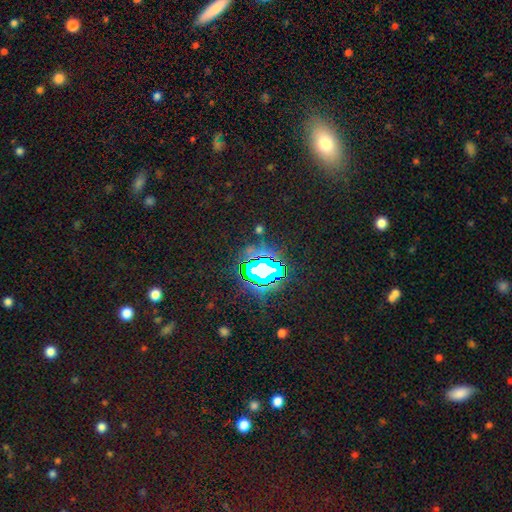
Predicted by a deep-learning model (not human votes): Smooth or featured? Predicted: star or artifact (p=0.64).